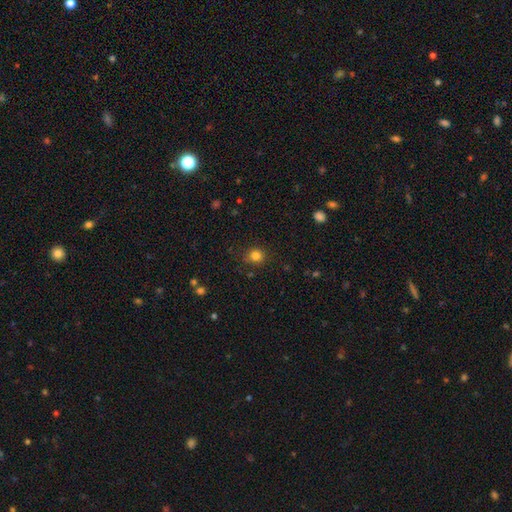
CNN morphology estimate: smooth 82%, star or artifact 13%, featured or disk 5%. Down the decision tree: how rounded — round (85%); merging — none (84%).